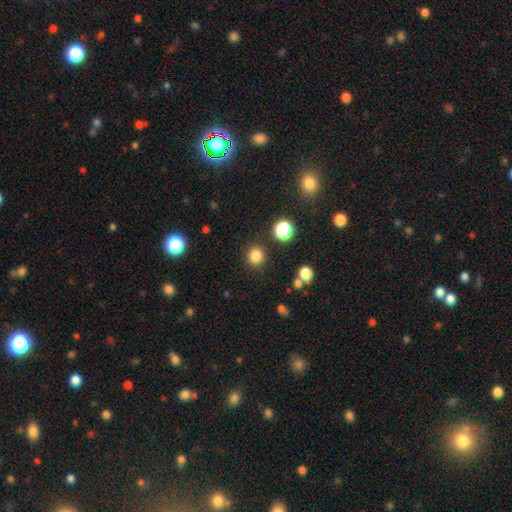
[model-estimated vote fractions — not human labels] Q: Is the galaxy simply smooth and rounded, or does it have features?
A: smooth — 83%.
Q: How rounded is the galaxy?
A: round — 87%.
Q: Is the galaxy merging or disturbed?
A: none — 88%.